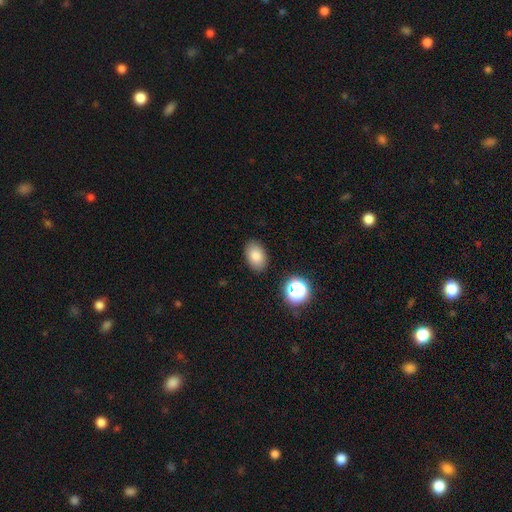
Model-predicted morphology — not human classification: The model was most divided on "smooth or featured": smooth: 81%, star or artifact: 11%, featured or disk: 8%. More confident: merging — none (87%); how rounded — in between (86%).